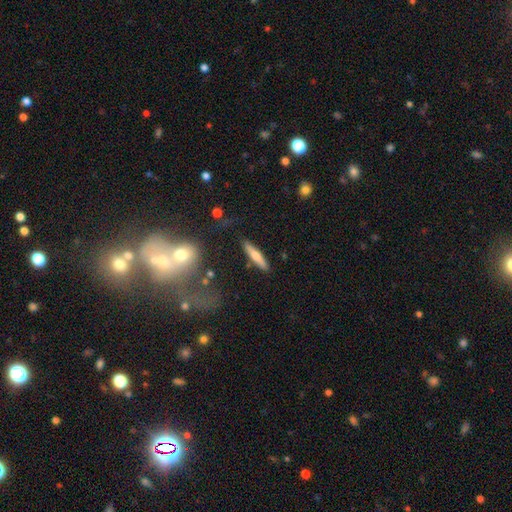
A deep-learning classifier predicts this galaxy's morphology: Smooth or featured? smooth (57%)
How rounded? cigar-shaped (86%)
Merging? none (86%)